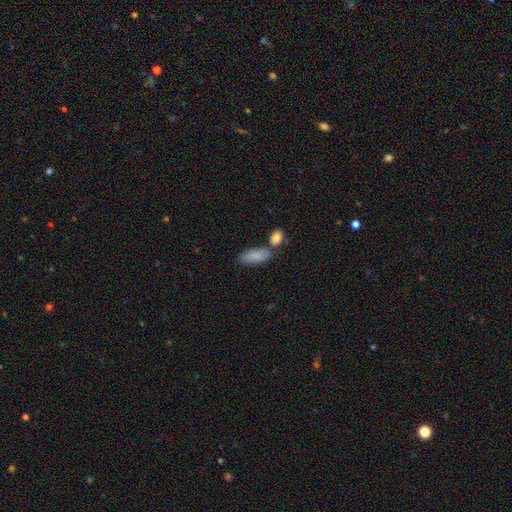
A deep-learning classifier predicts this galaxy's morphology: type=smooth (85%); roundness=in between (83%); merging=none (54%).